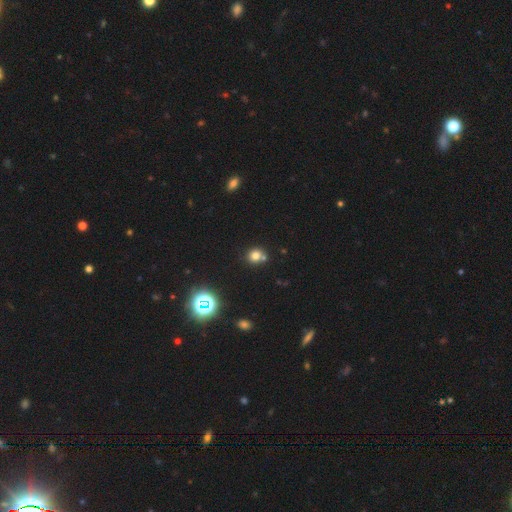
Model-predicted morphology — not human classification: Smooth or featured: smooth — 72% (star or artifact — 19%)
How rounded: round — 84% (in between — 15%)
Merging: none — 63% (merger — 24%)